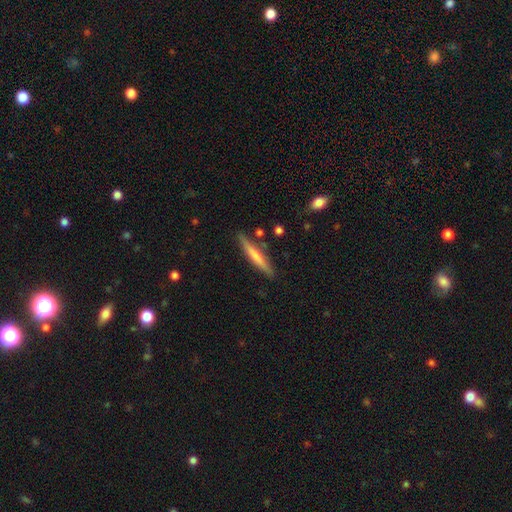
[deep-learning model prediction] A smooth galaxy with no disk features (57%) that is cigar-shaped (93%).

Vote fractions:
- Smooth or featured? smooth: 57% / featured or disk: 37% / star or artifact: 6%
- How rounded? cigar-shaped: 93% / in between: 6% / round: 1%
- Merging? none: 84% / minor disturbance: 11% / merger: 3% / major disturbance: 2%